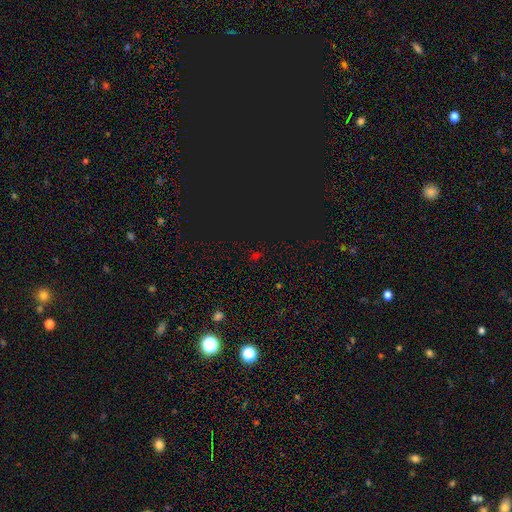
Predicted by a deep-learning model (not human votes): This is likely a star or artifact rather than a galaxy (68%).